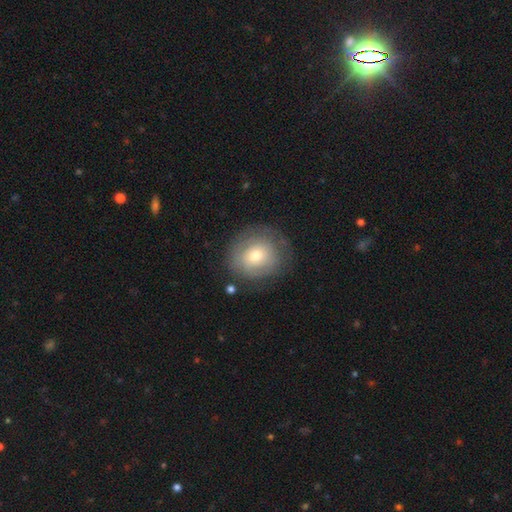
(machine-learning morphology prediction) Overall: smooth (57%; featured or disk 35%). How rounded: round (85%). Merging: none (76%).